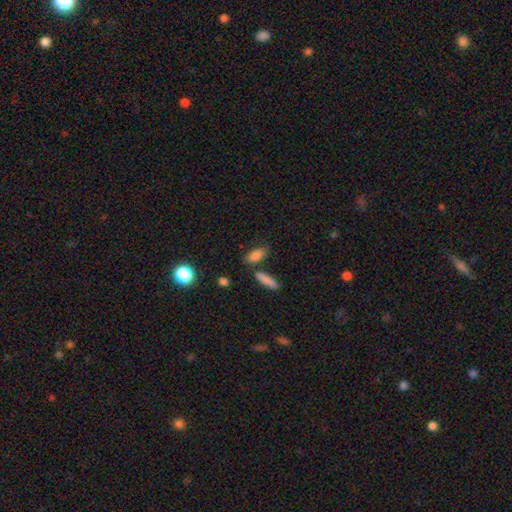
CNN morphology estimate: A smooth galaxy with no disk features (82%) that is in between round and cigar-shaped (77%). Merging: none (67%).